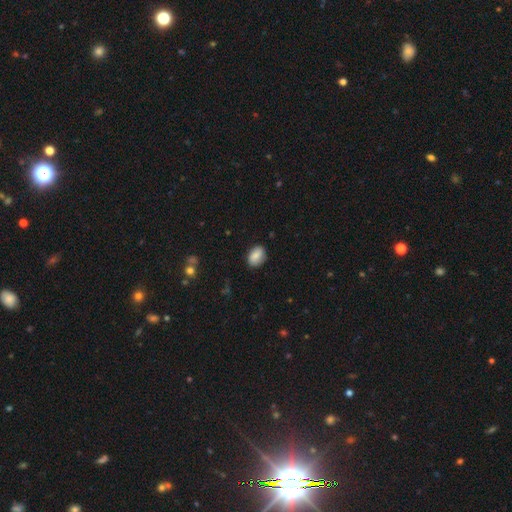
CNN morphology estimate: The model was most divided on "how rounded": in between: 80%, round: 19%, cigar-shaped: 1%. More confident: smooth or featured — smooth (84%); merging — none (83%).